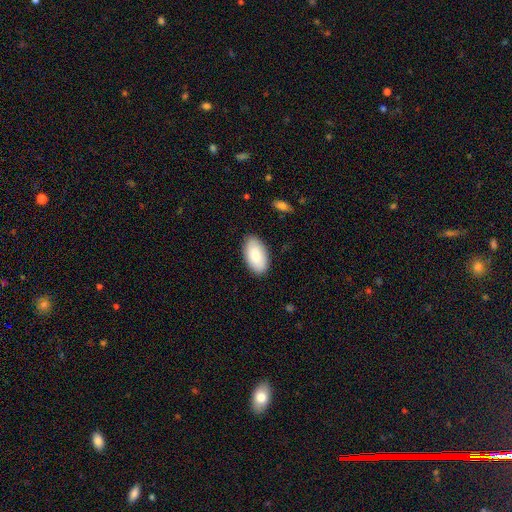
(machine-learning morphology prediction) Smooth or featured?
  - smooth: 81% *
  - featured or disk: 13%
  - star or artifact: 6%
How rounded?
  - in between: 96% *
  - round: 3%
  - cigar-shaped: 2%
Merging?
  - none: 86% *
  - minor disturbance: 10%
  - major disturbance: 2%
  - merger: 1%